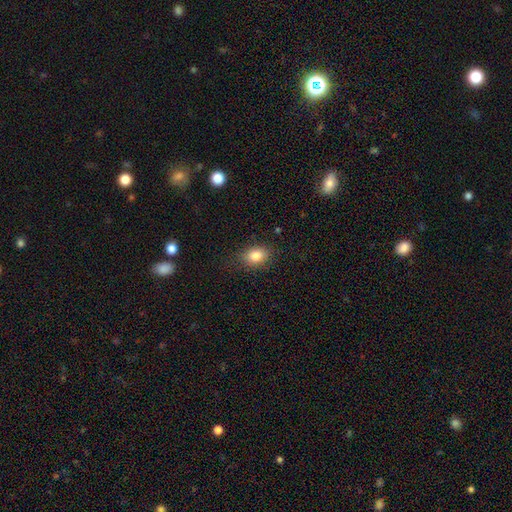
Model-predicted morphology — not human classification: Smooth or featured: smooth — 84% (star or artifact — 9%)
How rounded: in between — 73% (round — 26%)
Merging: none — 81% (minor disturbance — 14%)